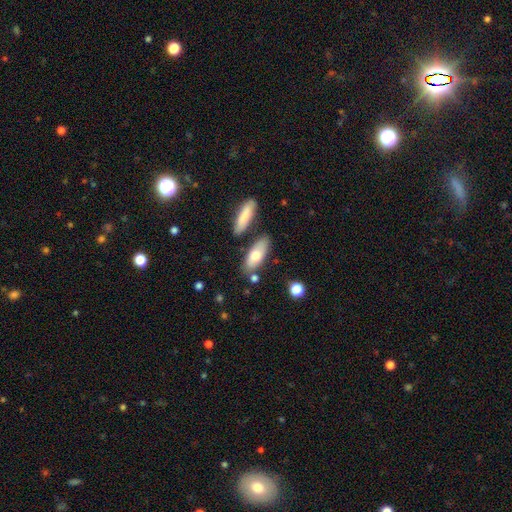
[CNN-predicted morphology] Overall: smooth (72%). How rounded: in between (80%). Merging: none (73%).